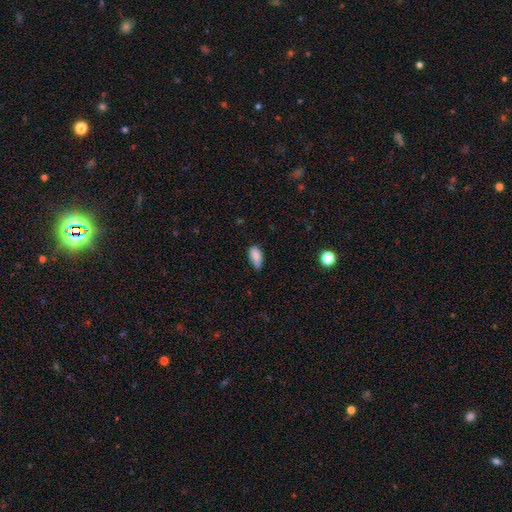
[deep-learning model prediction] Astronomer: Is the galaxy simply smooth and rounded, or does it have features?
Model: smooth — 85%.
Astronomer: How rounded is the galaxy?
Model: in between — 89%.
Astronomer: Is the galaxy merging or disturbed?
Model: none — 55% (runner-up: minor disturbance, 37%).